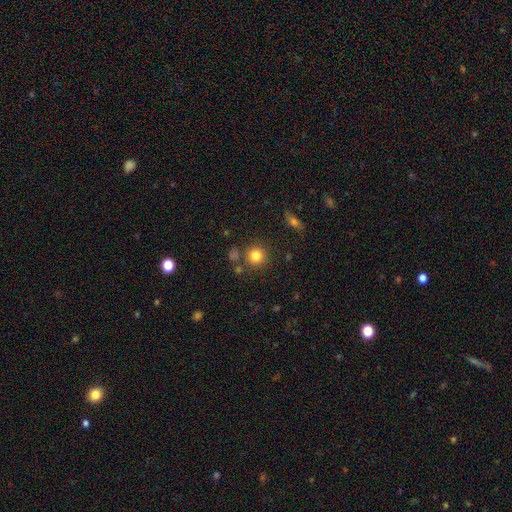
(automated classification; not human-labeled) A smooth galaxy with no disk features (82%) that is round (92%). Merging: none (81%).